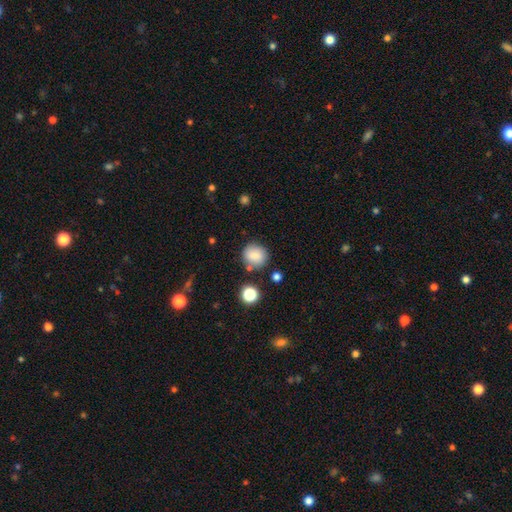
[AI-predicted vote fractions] Overall: smooth (83%). How rounded: round (82%). Merging: none (78%).